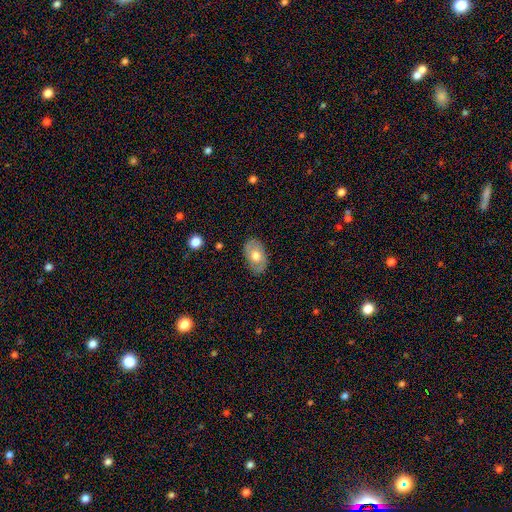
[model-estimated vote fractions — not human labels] Smooth or featured?
  - smooth: 59% *
  - featured or disk: 35%
  - star or artifact: 6%
How rounded?
  - in between: 89% *
  - round: 10%
  - cigar-shaped: 1%
Merging?
  - none: 82% *
  - minor disturbance: 14%
  - major disturbance: 3%
  - merger: 1%